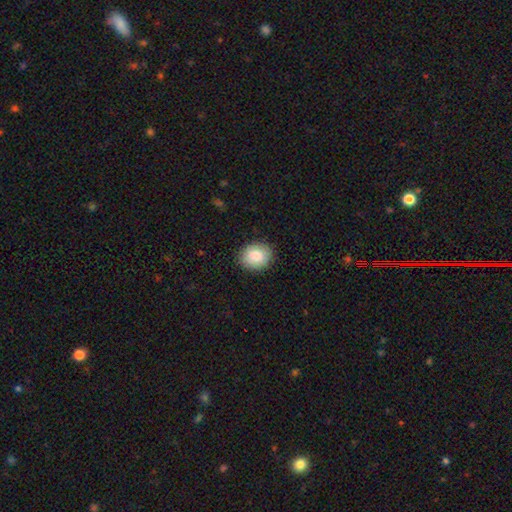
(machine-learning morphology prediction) A smooth galaxy with no disk features (85%) that is round (56%).

Vote fractions:
- Smooth or featured? smooth: 85% / featured or disk: 8% / star or artifact: 7%
- How rounded? round: 56% / in between: 43% / cigar-shaped: 1%
- Merging? none: 88% / minor disturbance: 9% / major disturbance: 2% / merger: 1%